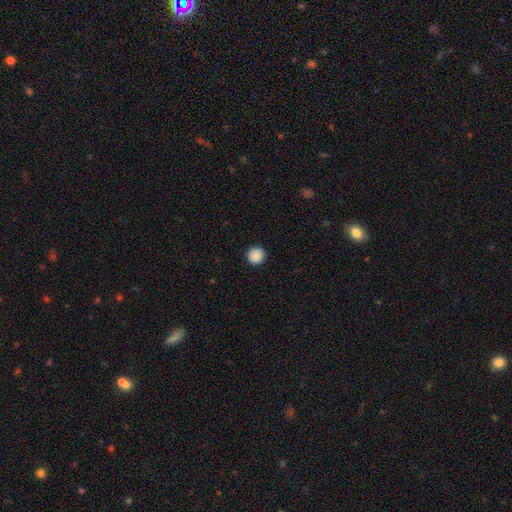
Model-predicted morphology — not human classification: A smooth galaxy with no disk features (89%) that is round (96%). Merging: none (93%).